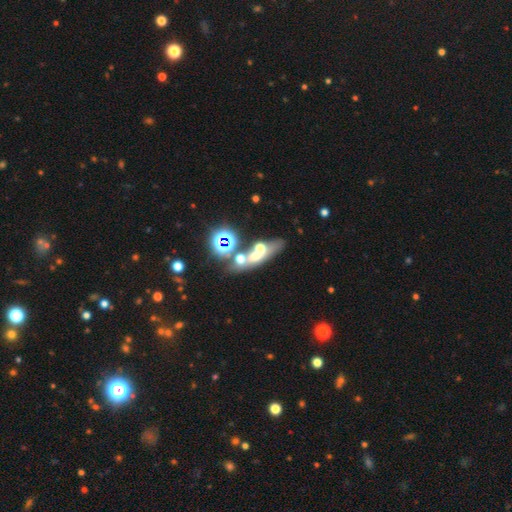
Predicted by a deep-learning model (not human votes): smooth_or_featured: smooth (p=0.40) [alt: featured or disk p=0.31]
merging: none (p=0.49) [alt: merger p=0.34]